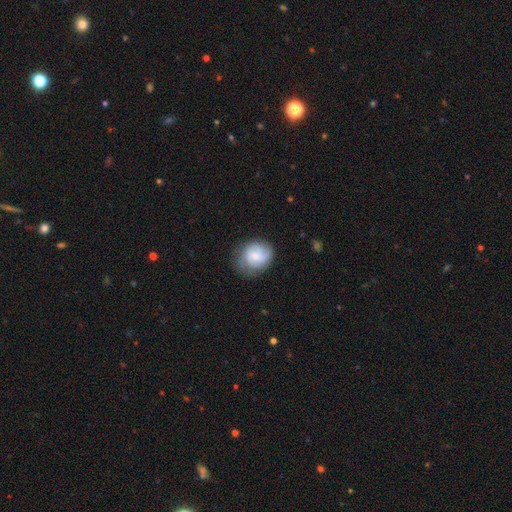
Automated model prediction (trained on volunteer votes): Smooth or featured?
  - featured or disk: 50% *
  - smooth: 43%
  - star or artifact: 7%
Merging?
  - none: 68% *
  - minor disturbance: 22%
  - major disturbance: 9%
  - merger: 1%